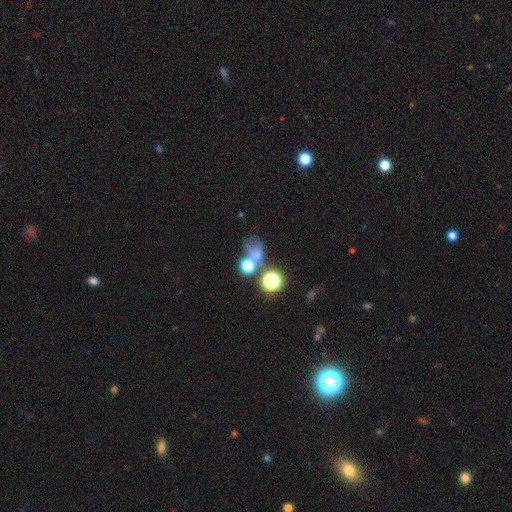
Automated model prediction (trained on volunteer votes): This appears to be a smooth galaxy with no disk features (45%). Merging: merger (36%).